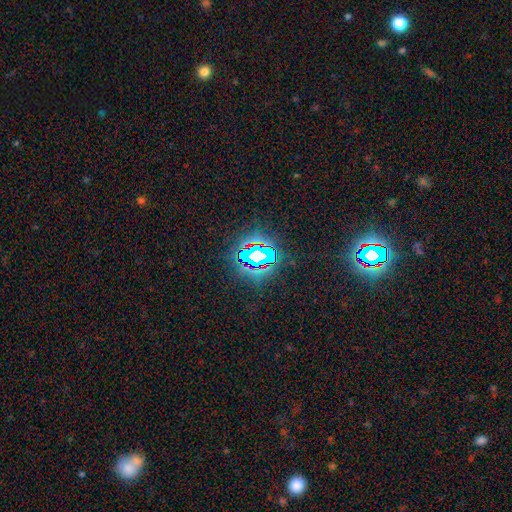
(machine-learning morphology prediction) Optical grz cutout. It shows a star or artifact, not a galaxy (72%).